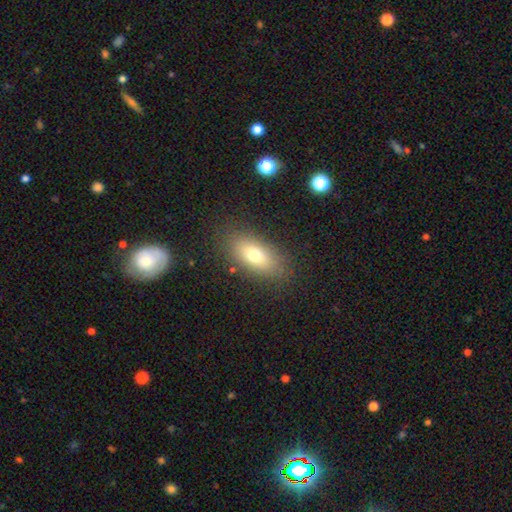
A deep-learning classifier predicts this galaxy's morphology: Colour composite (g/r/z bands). It shows a smooth galaxy with no disk features (70%) that is in between round and cigar-shaped (81%). Merging: none (85%).